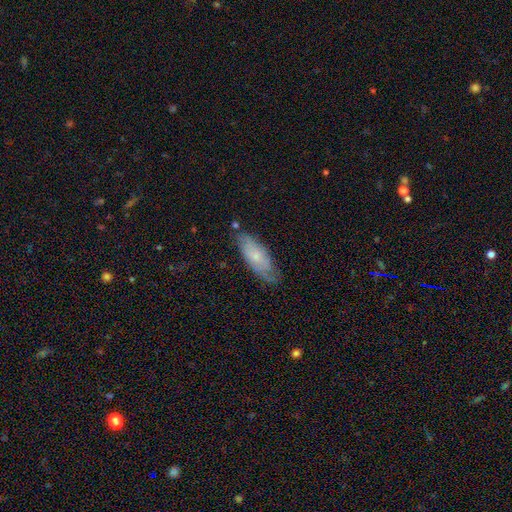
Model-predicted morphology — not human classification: The model was most divided on "smooth or featured" (2-way tie): smooth: 47%, featured or disk: 47%, star or artifact: 7%. More confident: merging — none (66%).